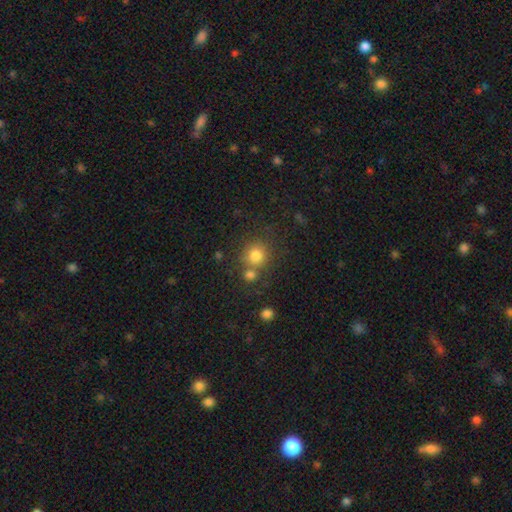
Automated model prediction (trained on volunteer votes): A smooth galaxy with no disk features (79%) that is round (87%).

Vote fractions:
- Smooth or featured? smooth: 79% / star or artifact: 13% / featured or disk: 8%
- How rounded? round: 87% / in between: 12% / cigar-shaped: 1%
- Merging? none: 62% / merger: 25% / minor disturbance: 9% / major disturbance: 4%